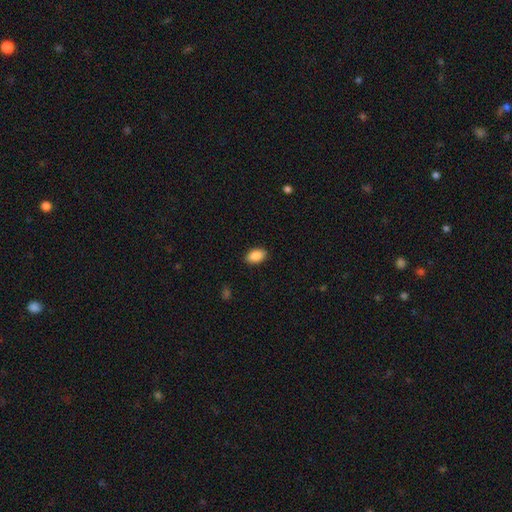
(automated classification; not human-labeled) Smooth or featured?
  - smooth: 89% *
  - star or artifact: 7%
  - featured or disk: 4%
How rounded?
  - in between: 91% *
  - round: 7%
  - cigar-shaped: 2%
Merging?
  - none: 88% *
  - minor disturbance: 9%
  - major disturbance: 2%
  - merger: 1%